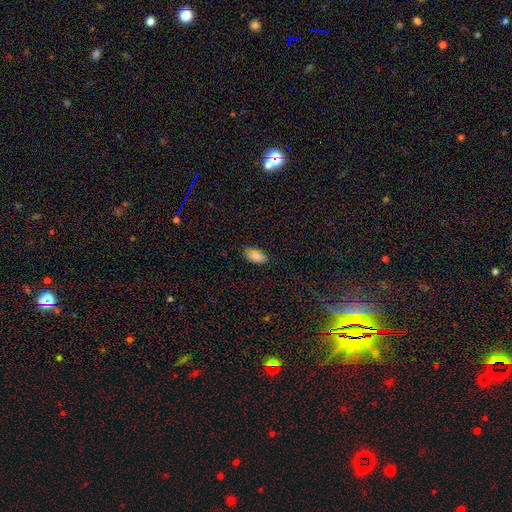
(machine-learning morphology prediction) Smooth or featured?
  - smooth: 83% *
  - star or artifact: 10%
  - featured or disk: 7%
How rounded?
  - in between: 94% *
  - cigar-shaped: 4%
  - round: 3%
Merging?
  - none: 84% *
  - minor disturbance: 13%
  - major disturbance: 2%
  - merger: 1%